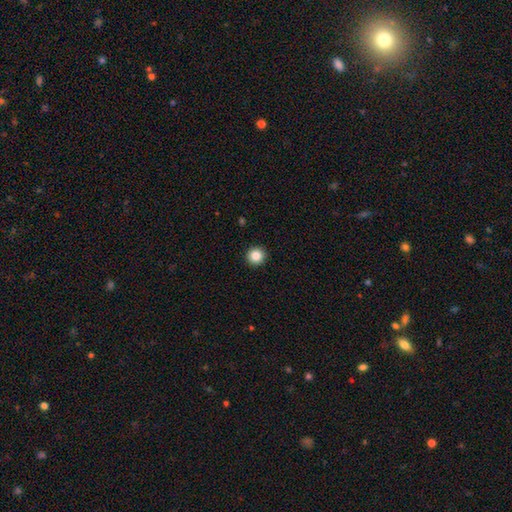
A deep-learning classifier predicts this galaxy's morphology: The model was most divided on "smooth or featured": smooth: 86%, star or artifact: 10%, featured or disk: 4%. More confident: how rounded — round (95%); merging — none (93%).